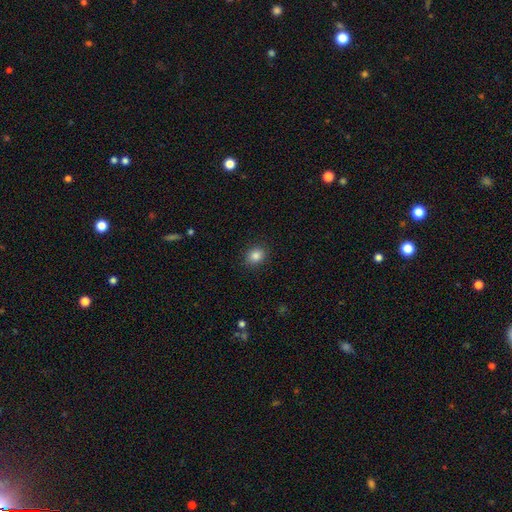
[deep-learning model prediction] This is clearly a smooth galaxy (85%). How rounded: likely round (62%). Merging: clearly none (89%).